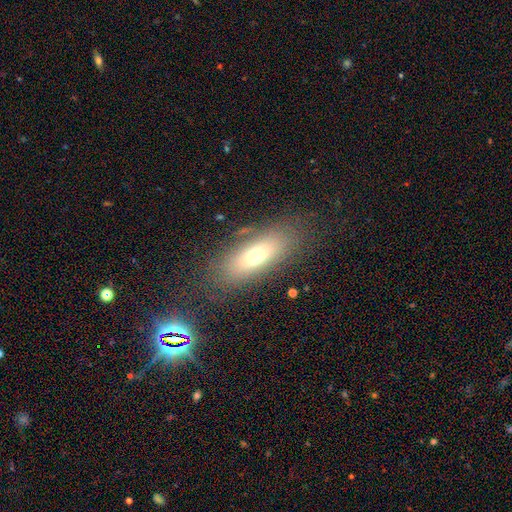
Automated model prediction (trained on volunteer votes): Smooth or featured?
  - smooth: 66% *
  - featured or disk: 22%
  - star or artifact: 12%
How rounded?
  - in between: 71% *
  - cigar-shaped: 25%
  - round: 4%
Merging?
  - none: 78% *
  - minor disturbance: 13%
  - major disturbance: 6%
  - merger: 4%